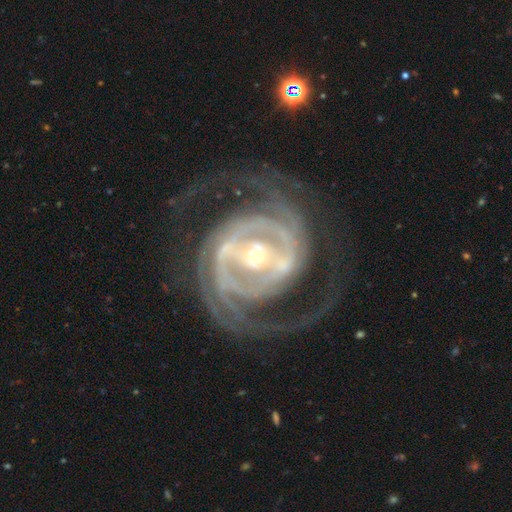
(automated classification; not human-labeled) smooth-or-featured: featured or disk: 91% | star or artifact: 5% | smooth: 4%
  disk-edge-on: no: 97% | yes: 3%
    bar: strong: 40% | weak: 31% | no: 28%
    has-spiral-arms: yes: 96% | no: 4%
      spiral-winding: tight: 55% | medium: 35% | loose: 10%
      spiral-arm-count: 2: 56% | can't tell: 14% | 3: 13% | 4: 6% | 1: 6% | more than 4: 5%
    bulge-size: small: 66% | moderate: 28% | large: 3% | none: 1% | dominant: 1%
  merging: none: 64% | major disturbance: 19% | minor disturbance: 15% | merger: 2%